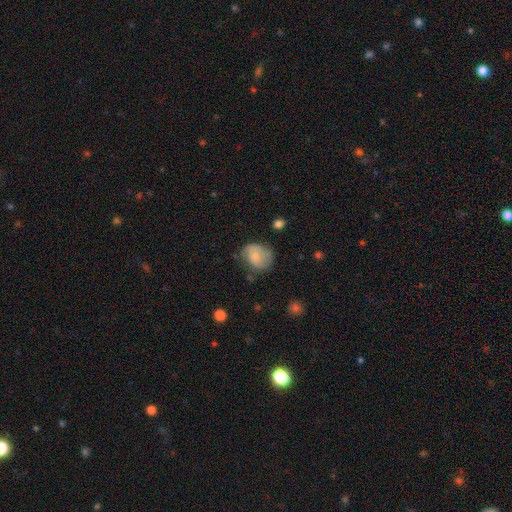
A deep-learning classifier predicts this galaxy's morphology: This is likely a smooth galaxy (66%). How rounded: possibly round (54%). Merging: possibly none (49%).